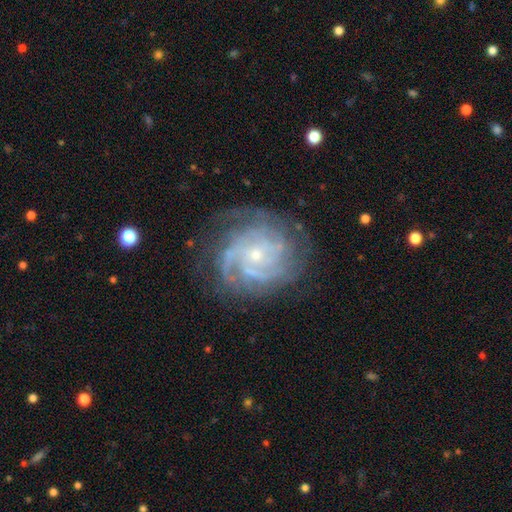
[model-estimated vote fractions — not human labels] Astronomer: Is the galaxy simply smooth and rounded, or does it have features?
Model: featured or disk — 87%.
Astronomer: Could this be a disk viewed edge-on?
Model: no — 98%.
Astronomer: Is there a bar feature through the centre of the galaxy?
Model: no — 73%.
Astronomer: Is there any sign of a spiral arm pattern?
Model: yes — 97%.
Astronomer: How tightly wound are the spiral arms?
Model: tight — 69%.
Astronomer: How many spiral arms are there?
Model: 4 — 26% (runner-up: 3, 24%).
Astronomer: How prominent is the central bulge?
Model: small — 75%.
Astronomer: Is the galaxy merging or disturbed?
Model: none — 73%.